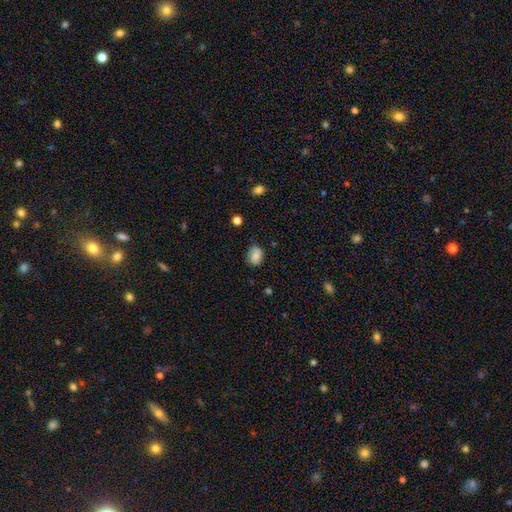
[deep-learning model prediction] smooth-or-featured: smooth: 76% | featured or disk: 14% | star or artifact: 10%
  how-rounded: in between: 63% | round: 36% | cigar-shaped: 1%
  merging: none: 69% | minor disturbance: 23% | major disturbance: 6% | merger: 2%